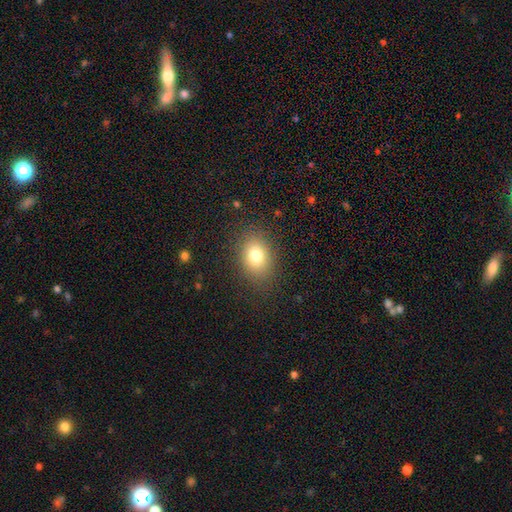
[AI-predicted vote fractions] This appears to be a smooth galaxy with no disk features (78%) that is in between round and cigar-shaped (63%). Merging: none (85%).